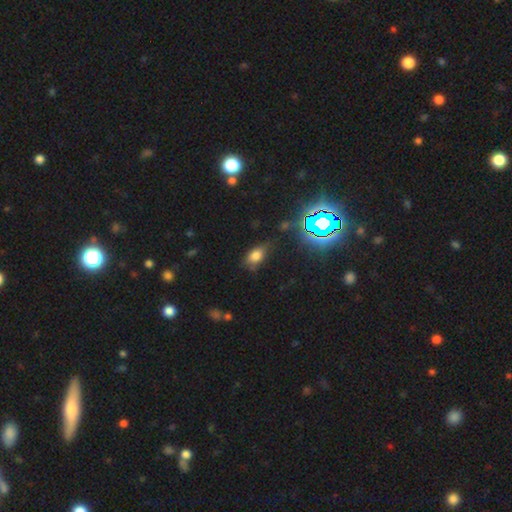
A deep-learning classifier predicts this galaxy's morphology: A smooth galaxy with no disk features (66%) that is in between round and cigar-shaped (83%).

Vote fractions:
- Smooth or featured? smooth: 66% / star or artifact: 24% / featured or disk: 10%
- How rounded? in between: 83% / round: 14% / cigar-shaped: 3%
- Merging? none: 64% / minor disturbance: 24% / major disturbance: 9% / merger: 3%